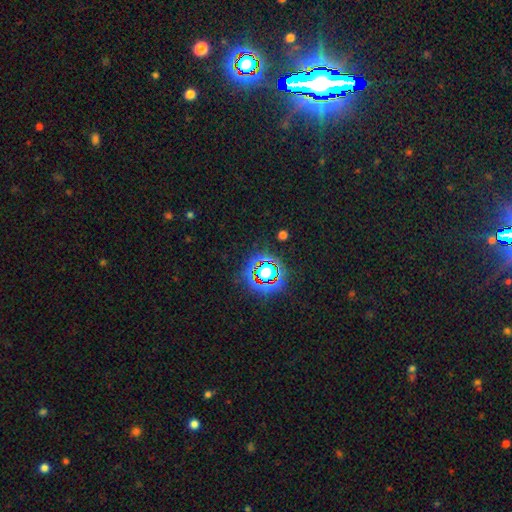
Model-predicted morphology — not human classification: star or artifact 82%, smooth 10%, featured or disk 8%.